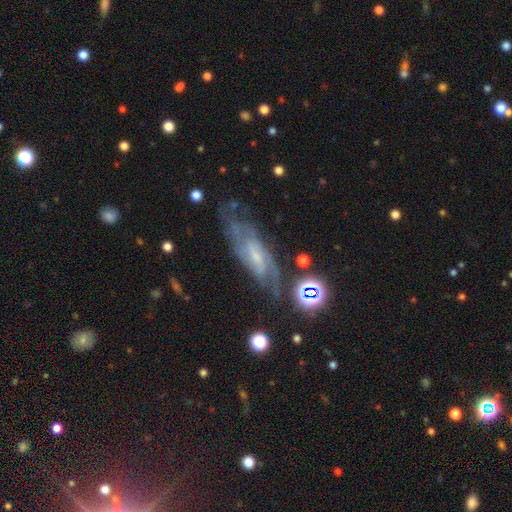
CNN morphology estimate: This is likely a featured or disk galaxy (78%). It is clearly not viewed edge-on (87%). Bar: possibly weak (49%). Spiral arm pattern: clearly yes (93%). Spiral arm count: possibly 2 (46%). Spiral winding: marginally medium (45%). Central bulge: possibly small (57%). Merging: likely none (64%).